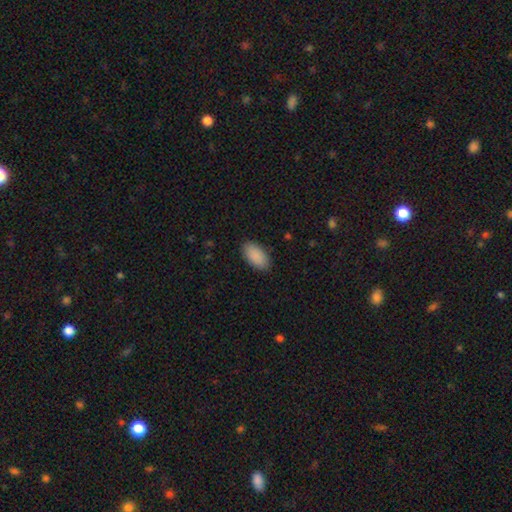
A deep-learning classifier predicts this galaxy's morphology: Smooth or featured?
  - smooth: 90% *
  - star or artifact: 6%
  - featured or disk: 4%
How rounded?
  - in between: 95% *
  - round: 2%
  - cigar-shaped: 2%
Merging?
  - none: 88% *
  - minor disturbance: 9%
  - major disturbance: 2%
  - merger: 1%